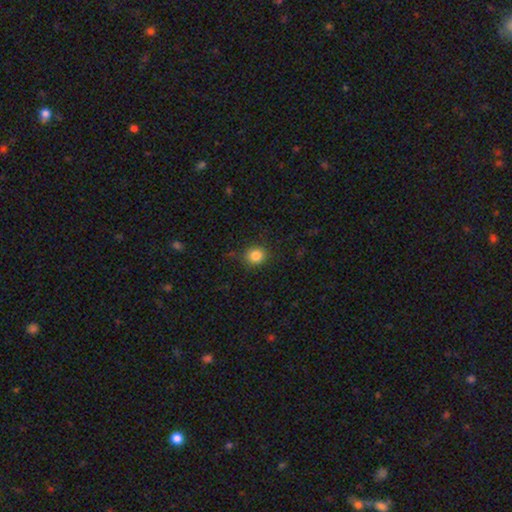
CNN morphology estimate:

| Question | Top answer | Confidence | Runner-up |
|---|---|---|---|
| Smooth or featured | smooth | 84% | star or artifact (11%) |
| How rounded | round | 86% | in between (14%) |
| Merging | none | 87% | minor disturbance (9%) |